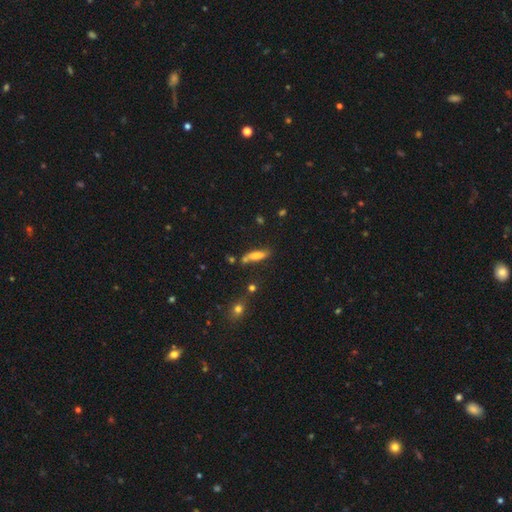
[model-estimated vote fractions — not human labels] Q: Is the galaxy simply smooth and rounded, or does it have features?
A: smooth — 63%.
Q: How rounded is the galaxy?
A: cigar-shaped — 67%.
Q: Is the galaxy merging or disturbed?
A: none — 63%.